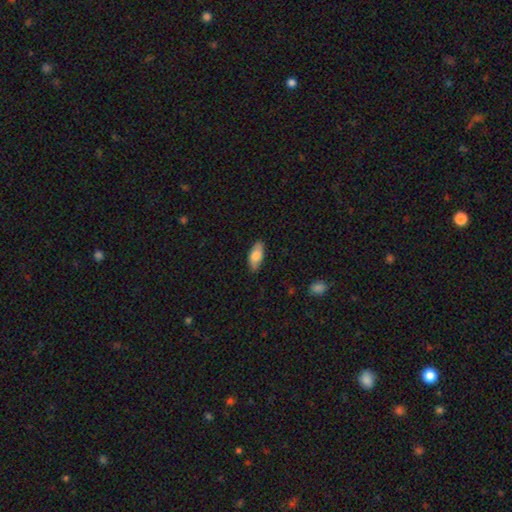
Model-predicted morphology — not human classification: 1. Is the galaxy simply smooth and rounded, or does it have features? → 76% smooth, 18% featured or disk, 6% star or artifact.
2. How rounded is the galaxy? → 84% in between, 14% cigar-shaped, 3% round.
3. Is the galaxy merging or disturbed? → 85% none, 12% minor disturbance, 2% major disturbance, 1% merger.